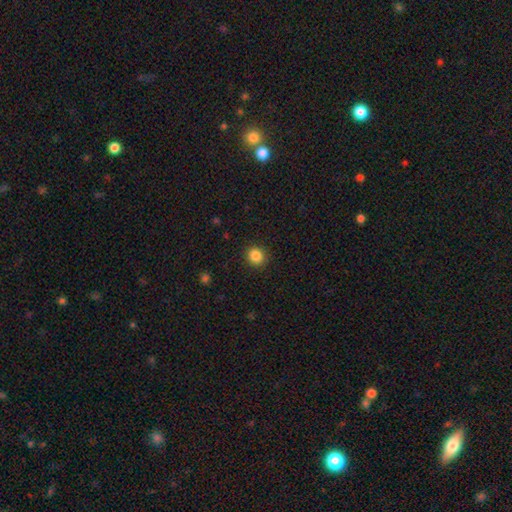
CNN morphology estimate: Q: Smooth or featured?
A: smooth (86%); runner-up: star or artifact (11%)
Q: How rounded?
A: round (84%); runner-up: in between (15%)
Q: Merging?
A: none (90%); runner-up: minor disturbance (6%)